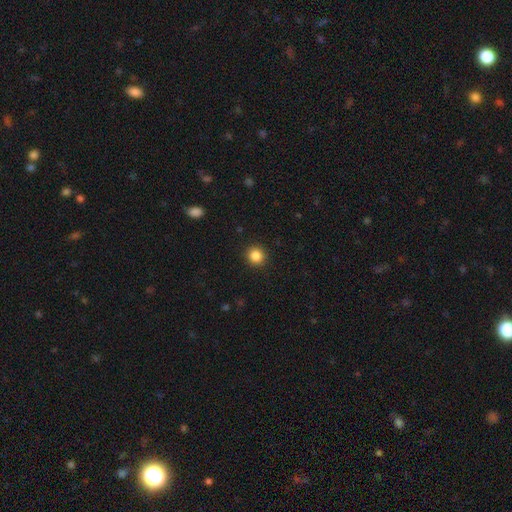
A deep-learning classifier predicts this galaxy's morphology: Smooth or featured?
  - smooth: 86% *
  - star or artifact: 10%
  - featured or disk: 3%
How rounded?
  - round: 91% *
  - in between: 8%
  - cigar-shaped: 1%
Merging?
  - none: 92% *
  - minor disturbance: 5%
  - major disturbance: 2%
  - merger: 1%